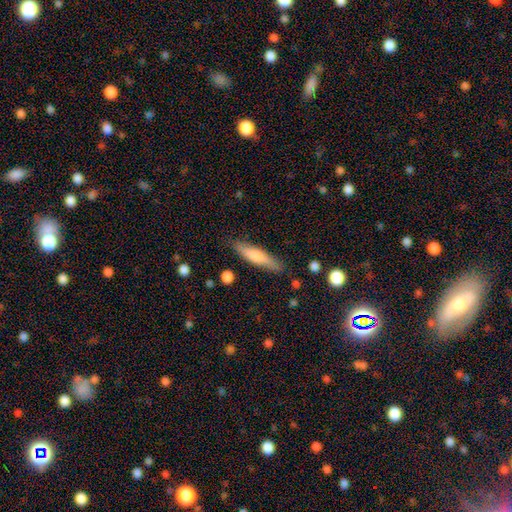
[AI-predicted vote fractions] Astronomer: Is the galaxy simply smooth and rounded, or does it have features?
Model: smooth — 64%.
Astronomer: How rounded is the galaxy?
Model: cigar-shaped — 82%.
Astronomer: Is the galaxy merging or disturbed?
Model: none — 84%.